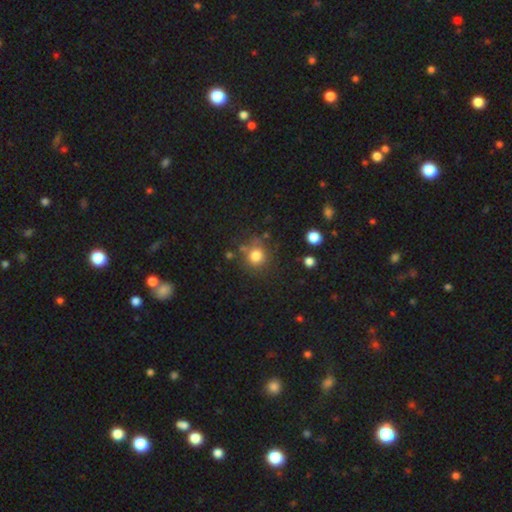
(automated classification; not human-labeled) Smooth or featured? Predicted: smooth (p=0.80). How rounded? Predicted: round (p=0.87). Merging? Predicted: none (p=0.75).